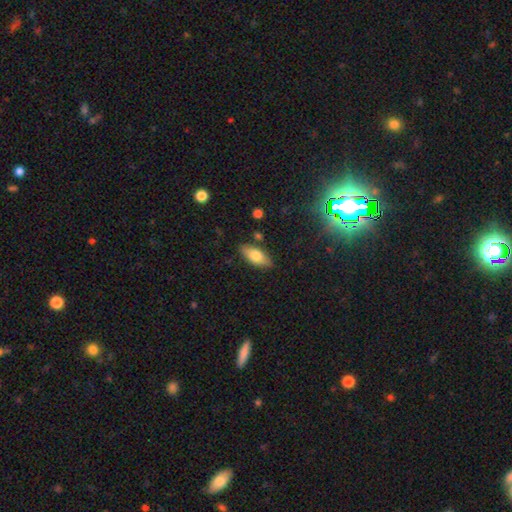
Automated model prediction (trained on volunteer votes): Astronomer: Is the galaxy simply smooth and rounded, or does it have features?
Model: smooth — 71%.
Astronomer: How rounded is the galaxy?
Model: in between — 80%.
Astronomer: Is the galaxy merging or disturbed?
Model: none — 84%.